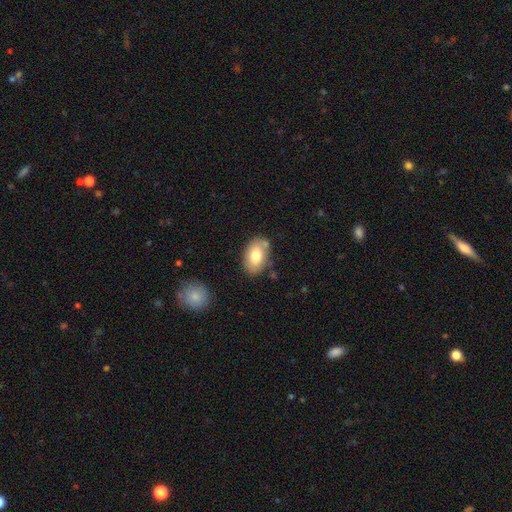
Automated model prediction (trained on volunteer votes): smooth_or_featured: smooth (p=0.76) [alt: featured or disk p=0.17]
how_rounded: in between (p=0.91) [alt: round p=0.08]
merging: none (p=0.73) [alt: minor disturbance p=0.16]